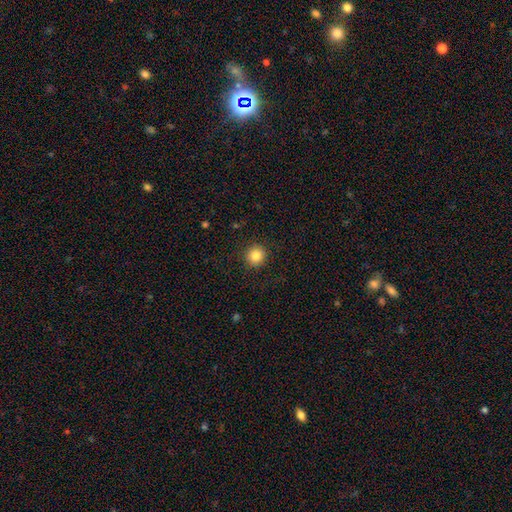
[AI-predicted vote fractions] Morphology: type=smooth (84%); roundness=round (94%); merging=none (91%).